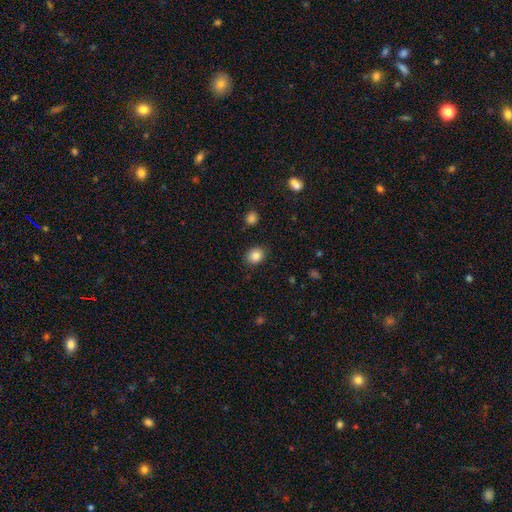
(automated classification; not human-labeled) This is clearly a smooth galaxy (85%). How rounded: likely round (62%). Merging: clearly none (88%).